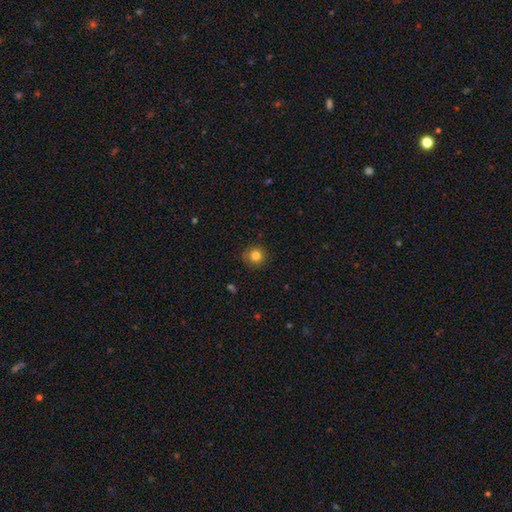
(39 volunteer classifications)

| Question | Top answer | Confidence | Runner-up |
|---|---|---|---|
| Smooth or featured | smooth | 79% | featured or disk (18%) |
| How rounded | round | 94% | in between (6%) |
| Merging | none | 92% | minor disturbance (8%) |